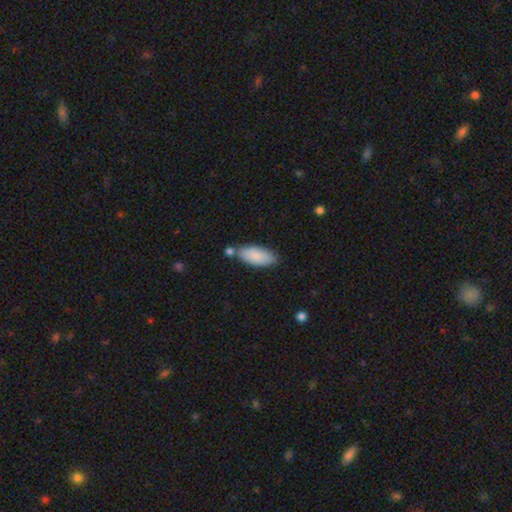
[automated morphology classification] Smooth or featured? smooth (87%)
How rounded? in between (83%)
Merging? none (65%)